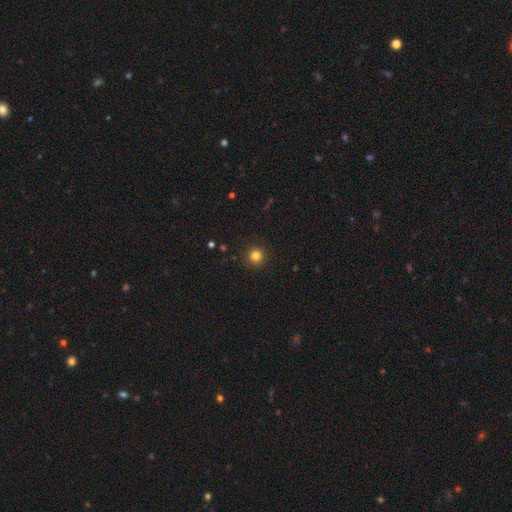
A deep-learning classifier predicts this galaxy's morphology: The model was most divided on "smooth or featured": smooth: 83%, star or artifact: 13%, featured or disk: 4%. More confident: how rounded — round (95%); merging — none (92%).